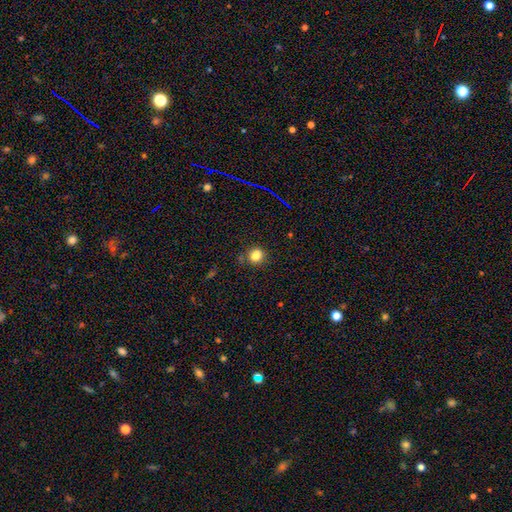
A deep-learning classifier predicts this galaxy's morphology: Overall: smooth (78%). How rounded: round (69%; in between 29%). Merging: none (67%).